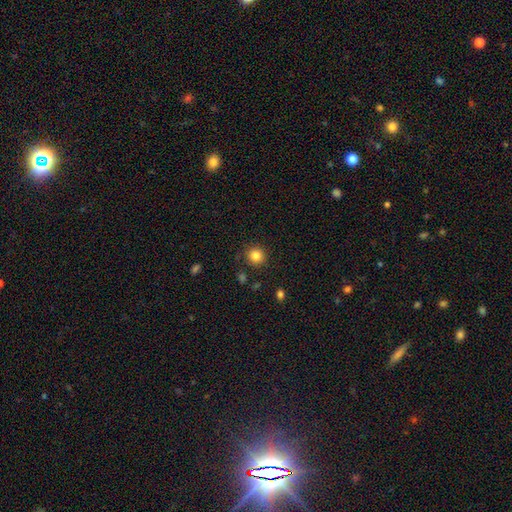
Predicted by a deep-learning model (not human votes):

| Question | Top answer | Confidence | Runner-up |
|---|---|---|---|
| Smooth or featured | smooth | 83% | star or artifact (11%) |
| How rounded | round | 92% | in between (7%) |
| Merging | none | 89% | minor disturbance (7%) |